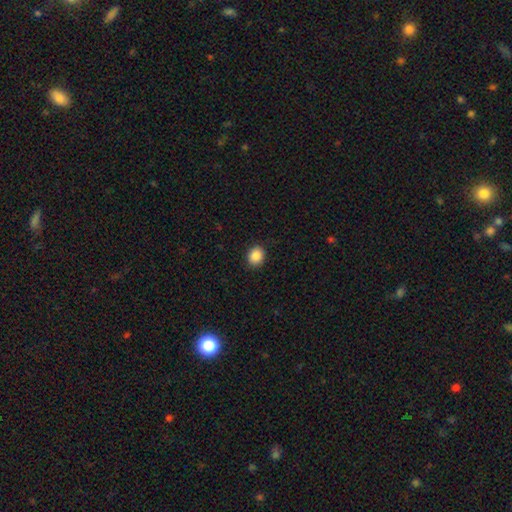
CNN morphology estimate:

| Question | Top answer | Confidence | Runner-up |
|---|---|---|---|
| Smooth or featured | smooth | 88% | star or artifact (9%) |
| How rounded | round | 65% | in between (34%) |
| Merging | none | 89% | minor disturbance (8%) |